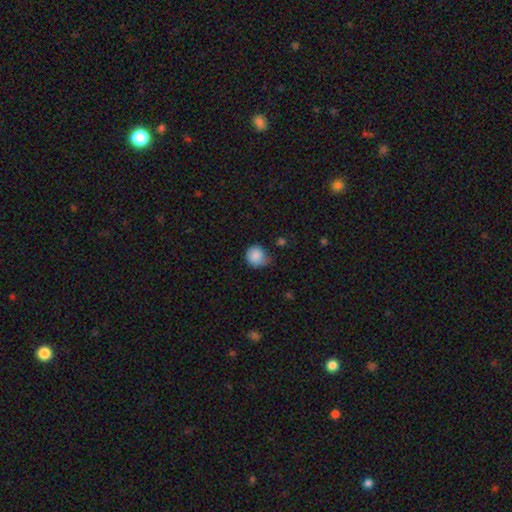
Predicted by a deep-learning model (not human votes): Smooth or featured: smooth — 86% (star or artifact — 8%)
How rounded: round — 84% (in between — 15%)
Merging: none — 53% (minor disturbance — 37%)